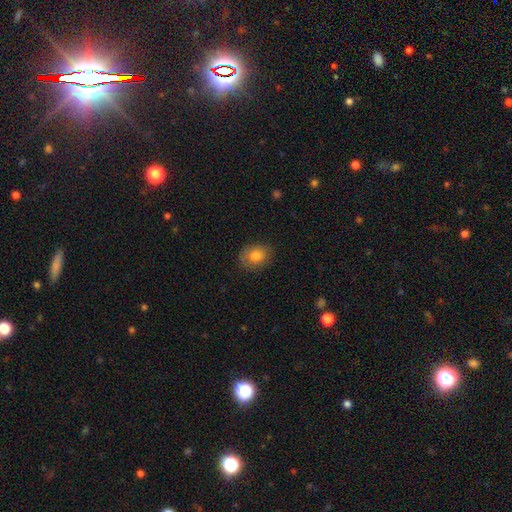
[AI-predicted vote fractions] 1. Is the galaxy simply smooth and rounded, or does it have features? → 80% smooth, 11% featured or disk, 8% star or artifact.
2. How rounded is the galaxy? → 55% in between, 44% round, 1% cigar-shaped.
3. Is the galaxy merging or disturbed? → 78% none, 17% minor disturbance, 4% major disturbance, 1% merger.